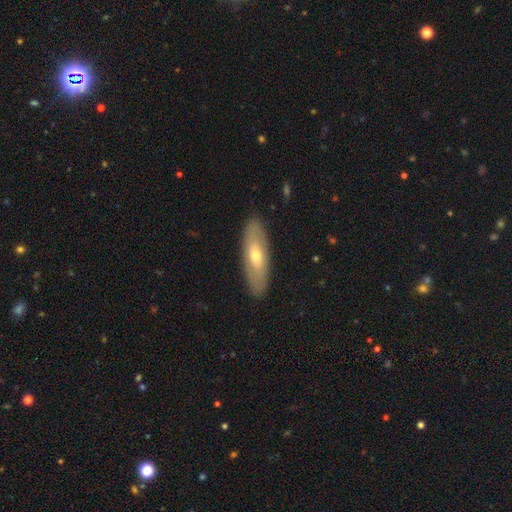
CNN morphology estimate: A smooth galaxy with no disk features (47%). Merging: none (89%).